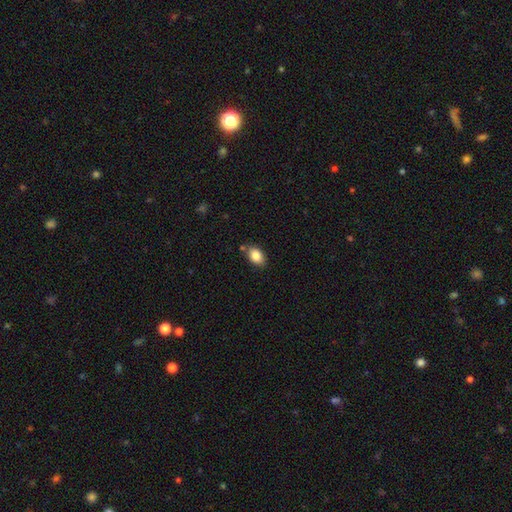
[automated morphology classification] Q: Smooth or featured?
A: smooth (85%); runner-up: star or artifact (8%)
Q: How rounded?
A: in between (86%); runner-up: round (13%)
Q: Merging?
A: none (78%); runner-up: minor disturbance (14%)